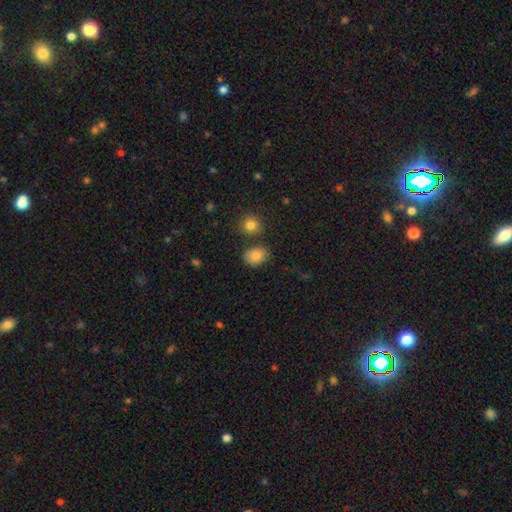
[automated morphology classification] A smooth galaxy with no disk features (82%) that is in between round and cigar-shaped (62%).

Vote fractions:
- Smooth or featured? smooth: 82% / star or artifact: 10% / featured or disk: 9%
- How rounded? in between: 62% / round: 37% / cigar-shaped: 1%
- Merging? none: 75% / minor disturbance: 14% / merger: 7% / major disturbance: 3%